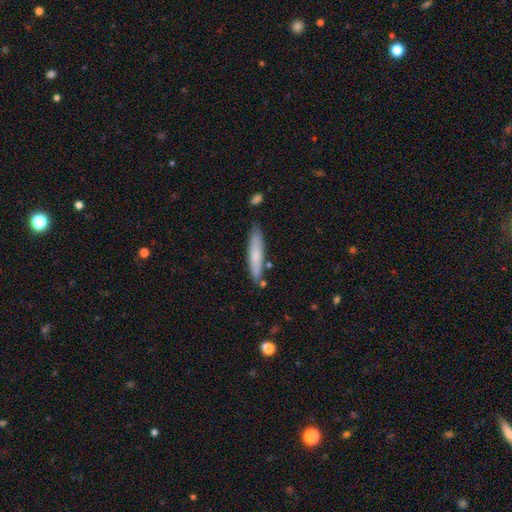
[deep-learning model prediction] A smooth galaxy with no disk features (73%) that is cigar-shaped (89%). Merging: none (80%).